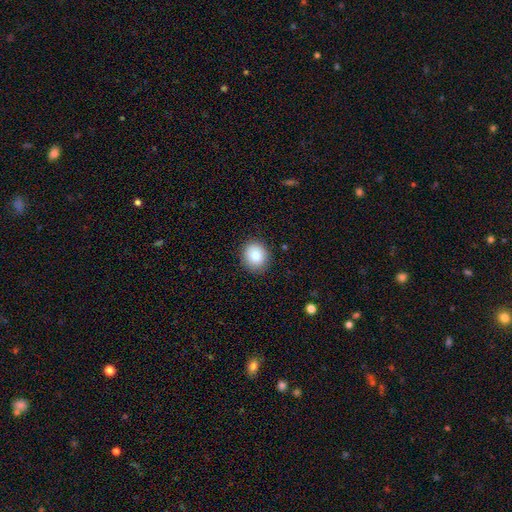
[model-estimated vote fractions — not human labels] Smooth or featured?
  - smooth: 79% *
  - featured or disk: 11%
  - star or artifact: 10%
How rounded?
  - round: 79% *
  - in between: 20%
  - cigar-shaped: 1%
Merging?
  - none: 89% *
  - minor disturbance: 8%
  - major disturbance: 2%
  - merger: 1%